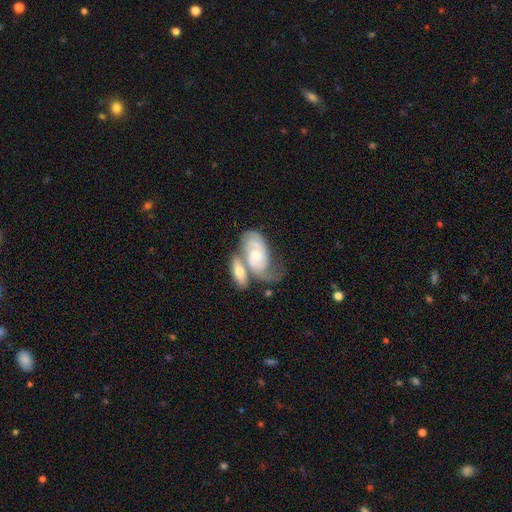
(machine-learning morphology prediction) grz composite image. It shows a featured or disk galaxy (64%) with no bar (70%), spiral arms (85%) and a moderate central bulge (50%). Merging: merger (51%).